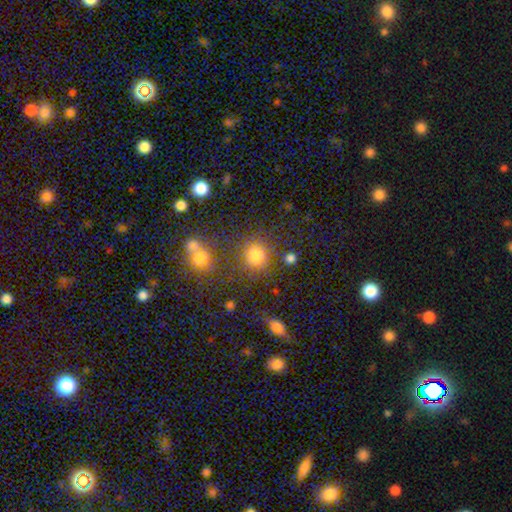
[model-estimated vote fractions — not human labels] A smooth galaxy with no disk features (76%) that is round (84%).

Vote fractions:
- Smooth or featured? smooth: 76% / star or artifact: 17% / featured or disk: 7%
- How rounded? round: 84% / in between: 15% / cigar-shaped: 1%
- Merging? none: 73% / minor disturbance: 11% / merger: 11% / major disturbance: 6%